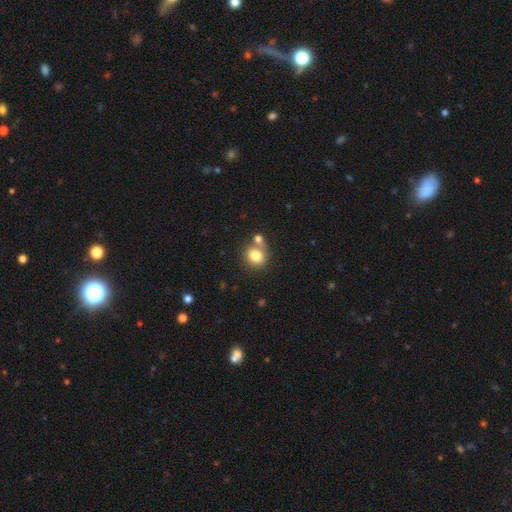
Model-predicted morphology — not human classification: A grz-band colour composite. It shows a smooth galaxy with no disk features (80%) that is round (76%). Merging: none (58%).